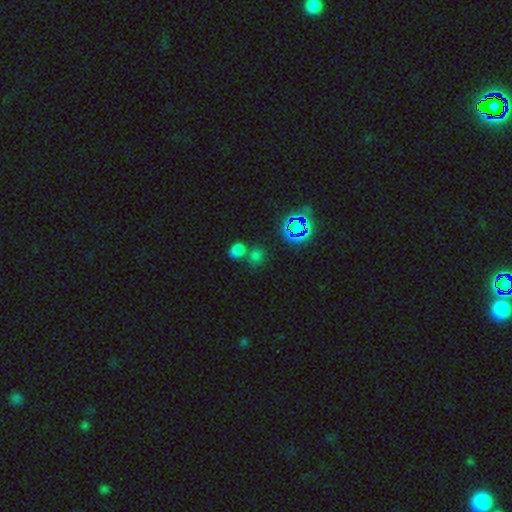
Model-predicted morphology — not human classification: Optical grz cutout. It shows a smooth galaxy with no disk features (67%) that is round (67%). Merging: none (54%).